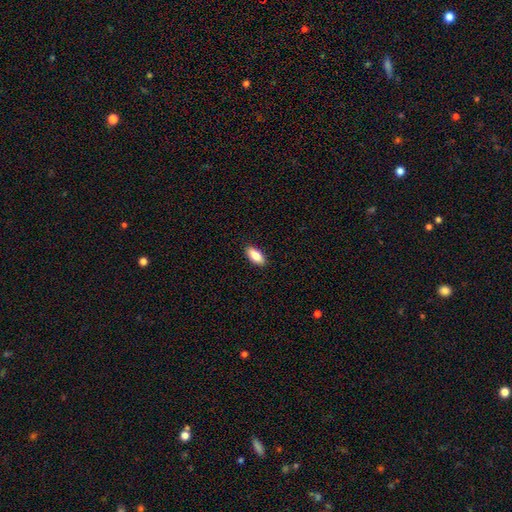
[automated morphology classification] This appears to be a smooth galaxy with no disk features (85%) that is in between round and cigar-shaped (88%). Merging: none (90%).